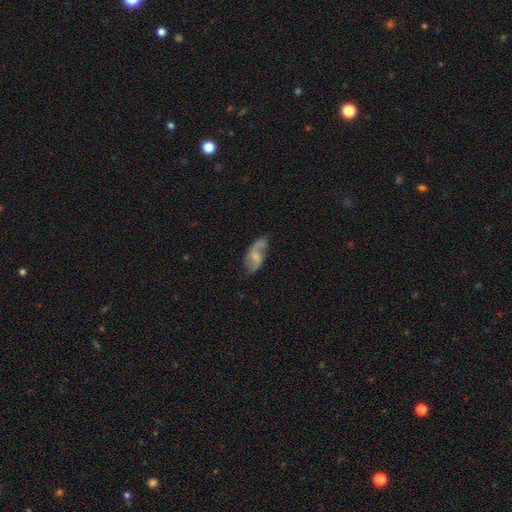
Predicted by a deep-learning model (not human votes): Smooth or featured: featured or disk — 73% (smooth — 21%)
Edge-on disk: no — 96% (yes — 4%)
Bar: weak — 49% (no — 39%)
Spiral arms: yes — 92% (no — 8%)
Spiral winding: loose — 68% (medium — 26%)
Spiral arm count: 2 — 89% (can't tell — 4%)
Bulge size: small — 48% (moderate — 29%)
Merging: none — 68% (minor disturbance — 21%)